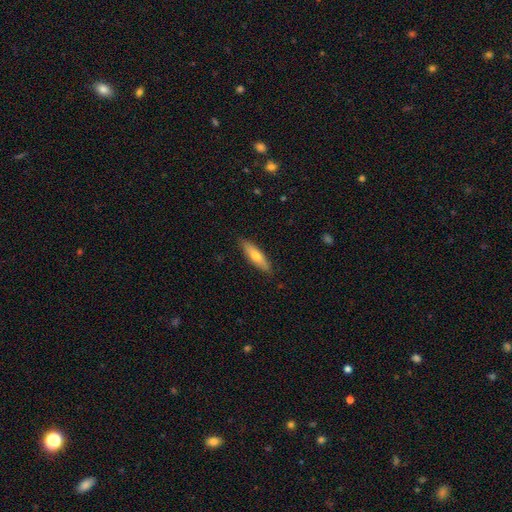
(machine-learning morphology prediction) Smooth or featured: smooth — 61% (featured or disk — 33%)
How rounded: cigar-shaped — 69% (in between — 29%)
Merging: none — 88% (minor disturbance — 9%)